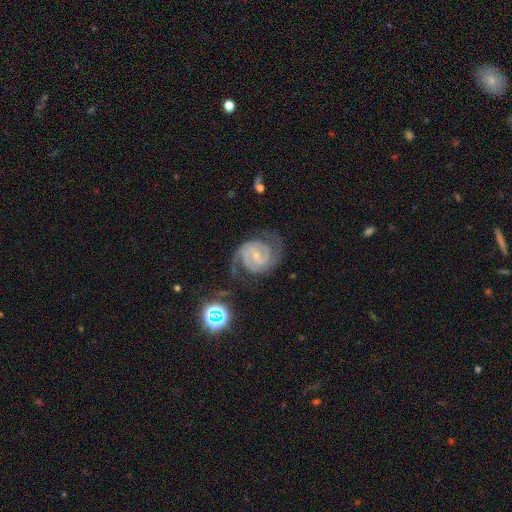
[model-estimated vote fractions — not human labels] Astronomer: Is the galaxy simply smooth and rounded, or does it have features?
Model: featured or disk — 90%.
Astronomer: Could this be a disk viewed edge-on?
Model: no — 98%.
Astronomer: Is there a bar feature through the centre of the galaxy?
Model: weak — 46% (runner-up: no, 34%).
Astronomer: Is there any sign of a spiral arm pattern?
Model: yes — 98%.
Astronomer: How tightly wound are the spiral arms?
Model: tight — 55% (runner-up: medium, 39%).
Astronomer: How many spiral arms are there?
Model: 2 — 75%.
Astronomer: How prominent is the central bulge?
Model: small — 73%.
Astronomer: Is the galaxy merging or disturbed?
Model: none — 69%.